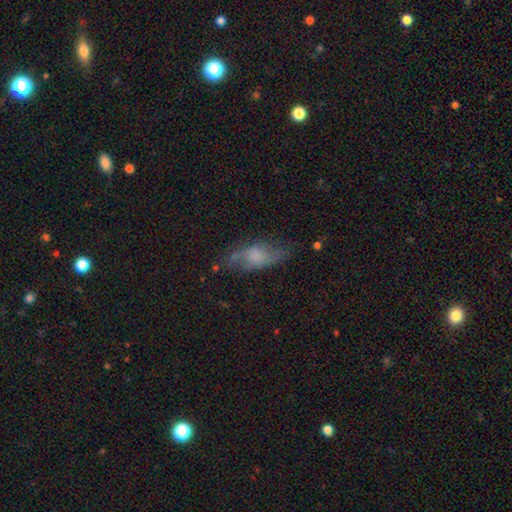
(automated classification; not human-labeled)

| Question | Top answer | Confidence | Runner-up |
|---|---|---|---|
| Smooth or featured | smooth | 46% | featured or disk (43%) |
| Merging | none | 61% | minor disturbance (24%) |